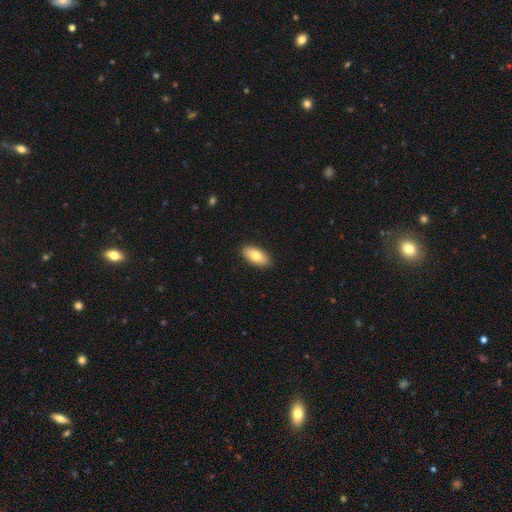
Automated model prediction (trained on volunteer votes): Smooth or featured? Predicted: smooth (p=0.77). How rounded? Predicted: in between (p=0.90). Merging? Predicted: none (p=0.90).